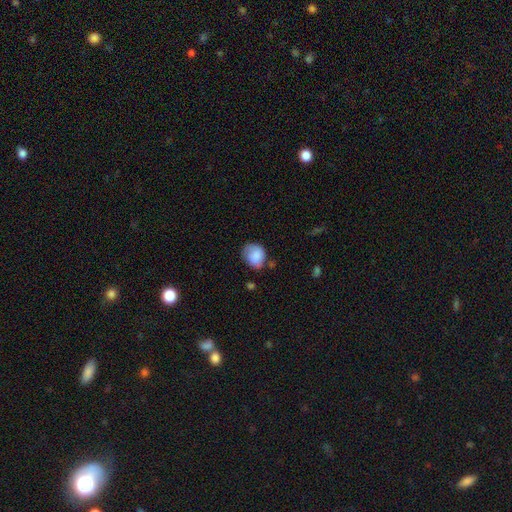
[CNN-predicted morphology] type=smooth (82%); roundness=round (51%); merging=none (54%).